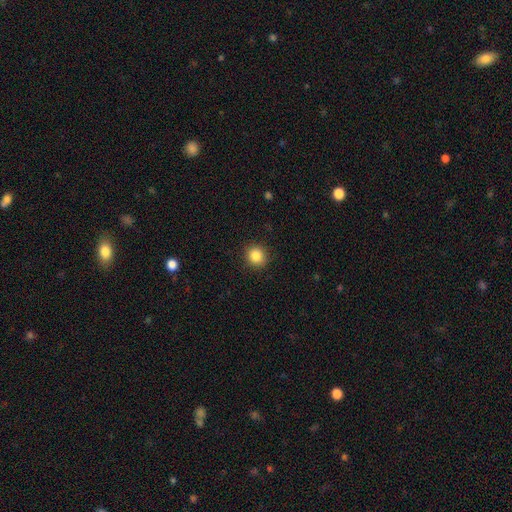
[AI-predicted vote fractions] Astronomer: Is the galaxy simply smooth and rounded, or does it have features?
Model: smooth — 85%.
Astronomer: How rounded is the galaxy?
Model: round — 88%.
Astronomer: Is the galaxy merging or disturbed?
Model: none — 90%.